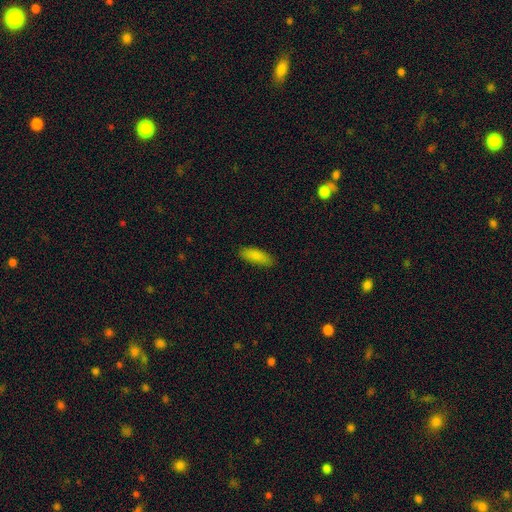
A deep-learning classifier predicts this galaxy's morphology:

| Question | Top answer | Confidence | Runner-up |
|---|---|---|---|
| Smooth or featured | smooth | 87% | star or artifact (7%) |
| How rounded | in between | 62% | cigar-shaped (36%) |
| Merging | none | 86% | minor disturbance (11%) |